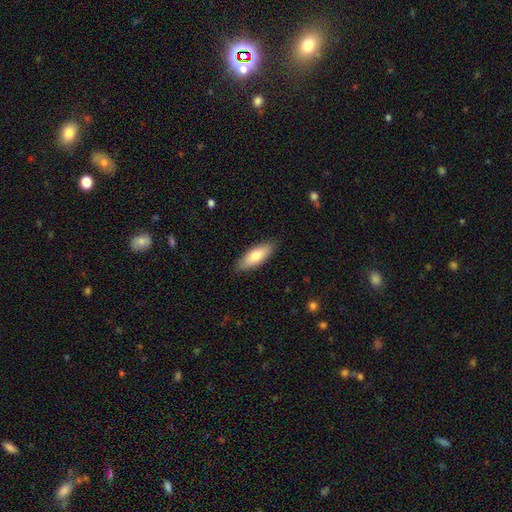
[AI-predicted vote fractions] smooth 76%, featured or disk 18%, star or artifact 6%. Down the decision tree: how rounded — in between (71%); merging — none (86%).